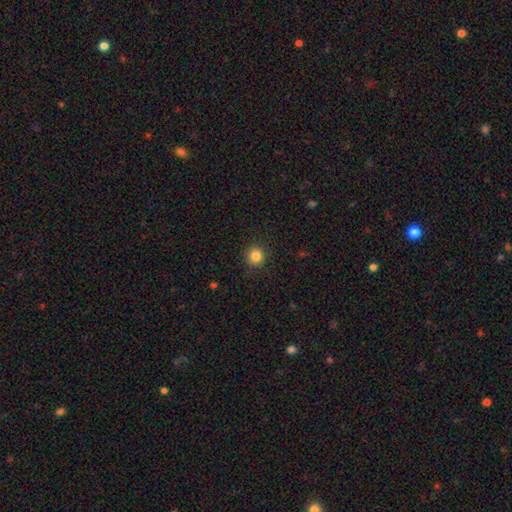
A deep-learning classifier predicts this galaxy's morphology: A smooth galaxy with no disk features (84%) that is round (92%).

Vote fractions:
- Smooth or featured? smooth: 84% / star or artifact: 11% / featured or disk: 5%
- How rounded? round: 92% / in between: 7% / cigar-shaped: 1%
- Merging? none: 90% / minor disturbance: 6% / major disturbance: 2% / merger: 1%